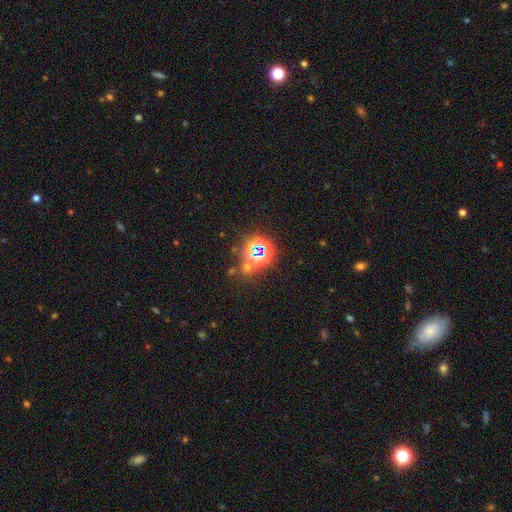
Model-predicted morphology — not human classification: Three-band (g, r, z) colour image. It shows a star or artifact, not a galaxy (76%).